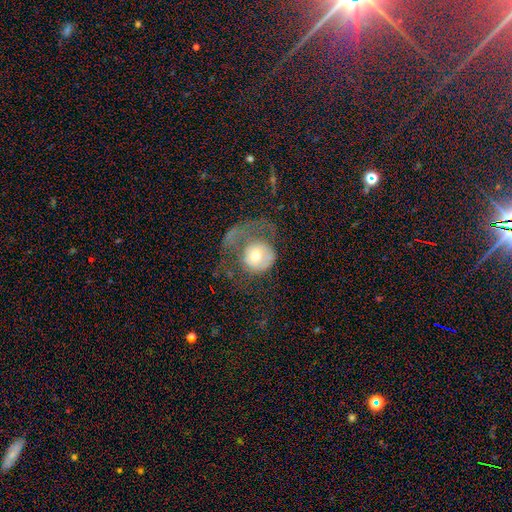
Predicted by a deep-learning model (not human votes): Overall: smooth (54%; featured or disk 38%). How rounded: round (85%). Merging: major disturbance (60%; none 21%).